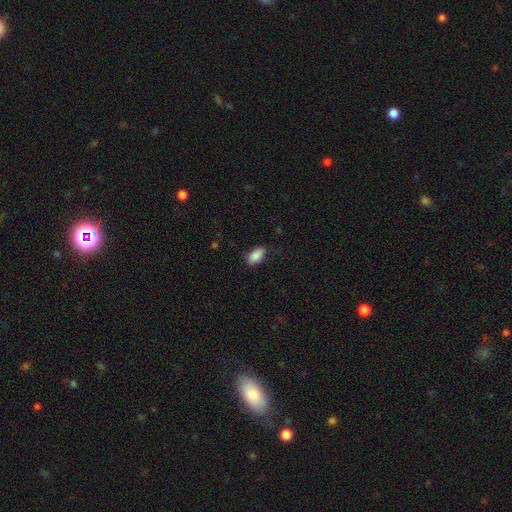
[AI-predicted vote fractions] Overall: smooth (89%). How rounded: in between (93%). Merging: none (80%).